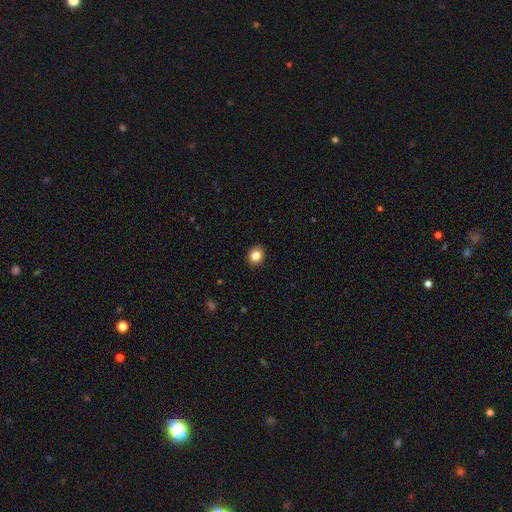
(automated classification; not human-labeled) A smooth galaxy with no disk features (84%) that is round (76%).

Vote fractions:
- Smooth or featured? smooth: 84% / star or artifact: 11% / featured or disk: 6%
- How rounded? round: 76% / in between: 23% / cigar-shaped: 1%
- Merging? none: 91% / minor disturbance: 7% / major disturbance: 2% / merger: 1%